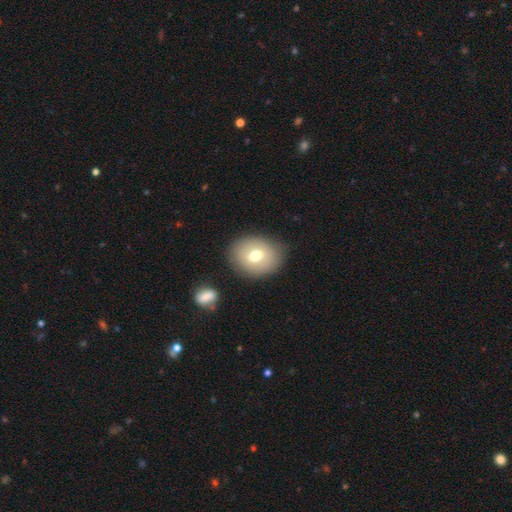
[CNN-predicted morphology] smooth-or-featured: smooth: 70% | featured or disk: 21% | star or artifact: 9%
  how-rounded: round: 53% | in between: 47% | cigar-shaped: 1%
  merging: none: 81% | minor disturbance: 12% | merger: 4% | major disturbance: 4%